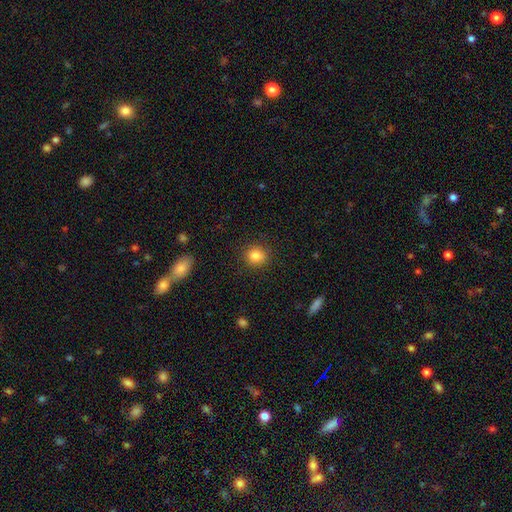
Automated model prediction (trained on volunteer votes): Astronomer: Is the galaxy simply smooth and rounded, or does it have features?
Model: smooth — 85%.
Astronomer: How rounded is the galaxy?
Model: round — 82%.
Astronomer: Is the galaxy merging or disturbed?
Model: none — 88%.